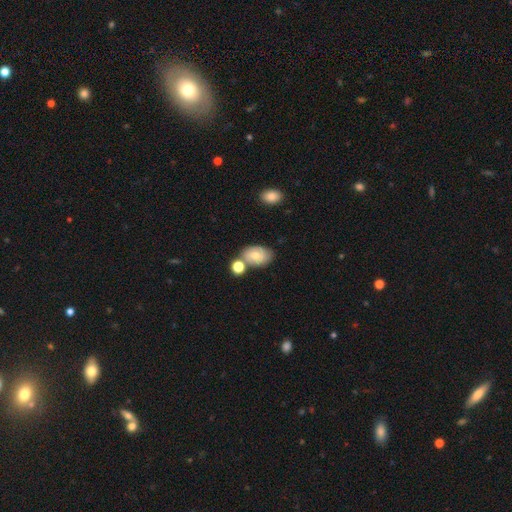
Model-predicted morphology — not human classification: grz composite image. It shows a smooth galaxy with no disk features (70%) that is in between round and cigar-shaped (83%). Merging: none (61%).